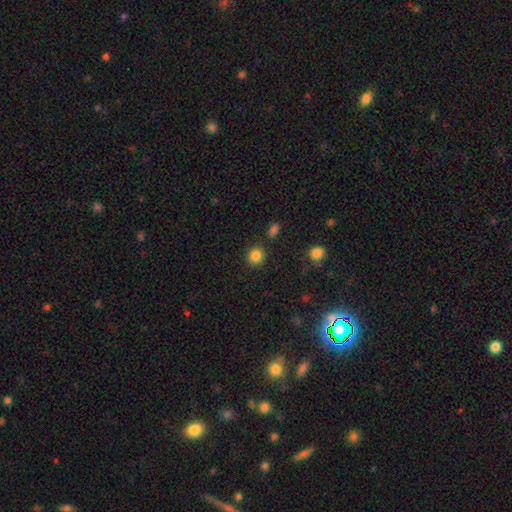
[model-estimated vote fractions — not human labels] smooth_or_featured: smooth (p=0.85) [alt: star or artifact p=0.11]
how_rounded: round (p=0.88) [alt: in between p=0.12]
merging: none (p=0.87) [alt: minor disturbance p=0.07]